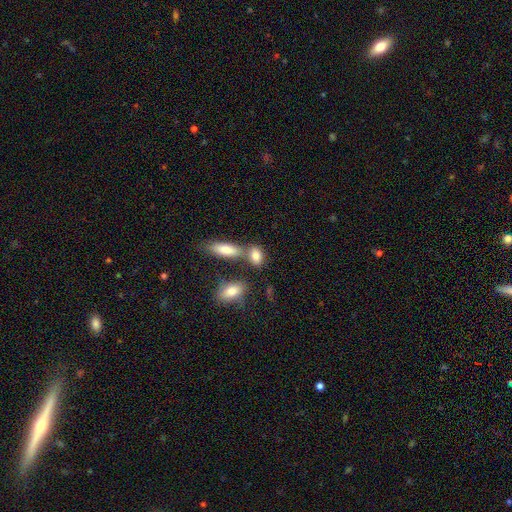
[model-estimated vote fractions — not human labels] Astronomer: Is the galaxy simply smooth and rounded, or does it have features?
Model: smooth — 82%.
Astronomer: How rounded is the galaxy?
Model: in between — 81%.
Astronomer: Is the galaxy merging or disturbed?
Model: none — 53% (runner-up: merger, 29%).